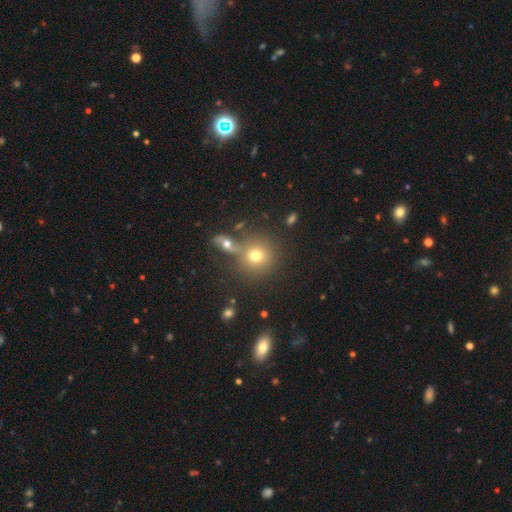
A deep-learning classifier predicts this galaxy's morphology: Q: Smooth or featured?
A: smooth (72%); runner-up: star or artifact (14%)
Q: How rounded?
A: round (89%); runner-up: in between (10%)
Q: Merging?
A: none (65%); runner-up: merger (20%)